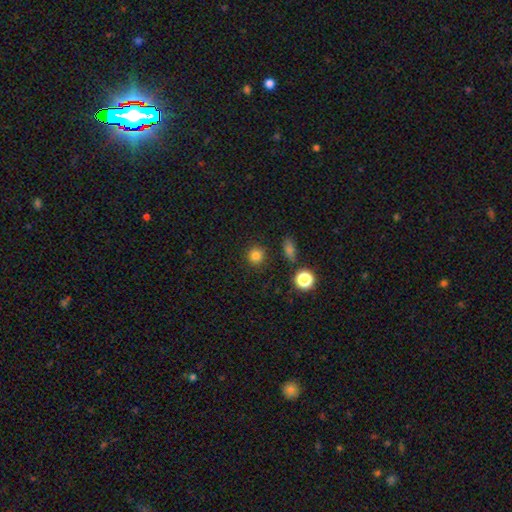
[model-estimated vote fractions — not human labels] Q: Smooth or featured?
A: smooth (80%); runner-up: star or artifact (15%)
Q: How rounded?
A: round (91%); runner-up: in between (8%)
Q: Merging?
A: none (87%); runner-up: minor disturbance (7%)